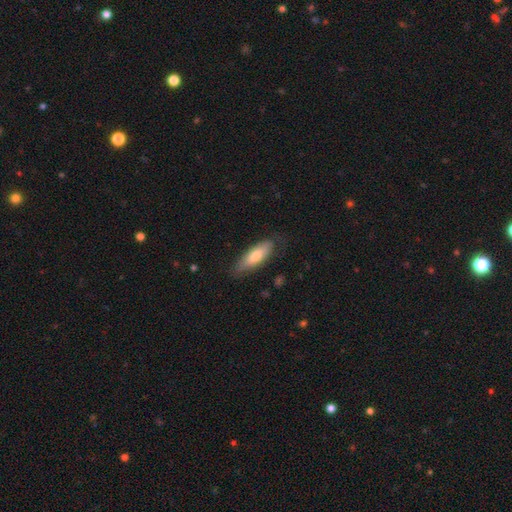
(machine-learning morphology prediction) Q: Smooth or featured?
A: smooth (69%); runner-up: featured or disk (25%)
Q: How rounded?
A: in between (62%); runner-up: cigar-shaped (36%)
Q: Merging?
A: none (73%); runner-up: minor disturbance (20%)